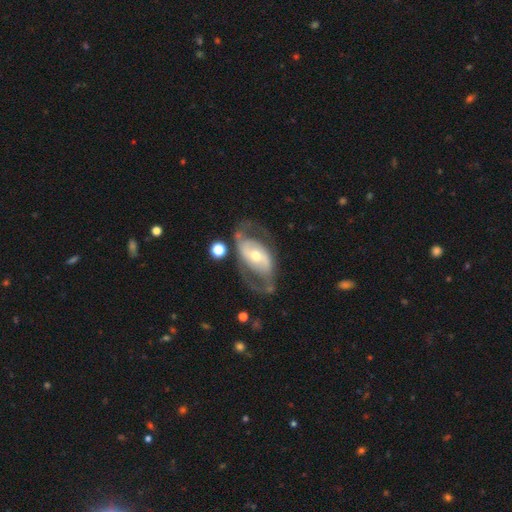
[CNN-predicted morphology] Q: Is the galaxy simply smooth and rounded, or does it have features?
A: featured or disk — 80%.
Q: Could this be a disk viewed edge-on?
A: no — 94%.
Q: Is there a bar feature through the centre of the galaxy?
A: no — 43%.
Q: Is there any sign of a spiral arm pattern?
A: yes — 79%.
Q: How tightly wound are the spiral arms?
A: medium — 47%.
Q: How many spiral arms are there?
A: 2 — 85%.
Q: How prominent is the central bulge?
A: moderate — 58%.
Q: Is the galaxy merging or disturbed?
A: none — 63%.